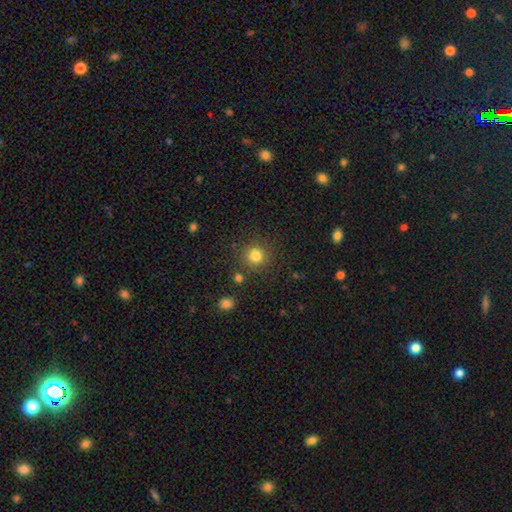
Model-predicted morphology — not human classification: Overall: smooth (82%). How rounded: round (92%). Merging: none (84%).